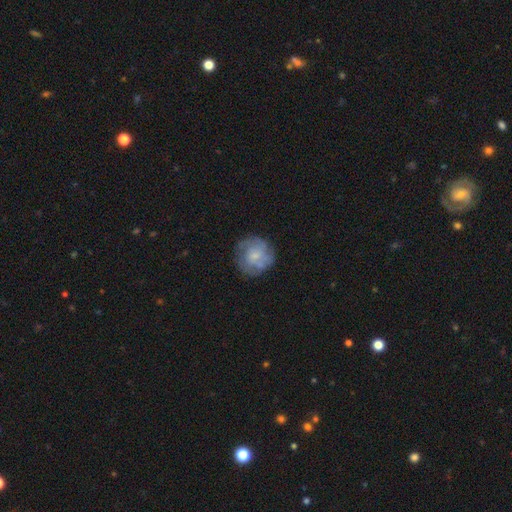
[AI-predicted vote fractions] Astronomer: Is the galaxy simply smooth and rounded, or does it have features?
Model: featured or disk — 47% (runner-up: smooth, 46%).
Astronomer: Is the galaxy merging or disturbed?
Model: none — 71%.